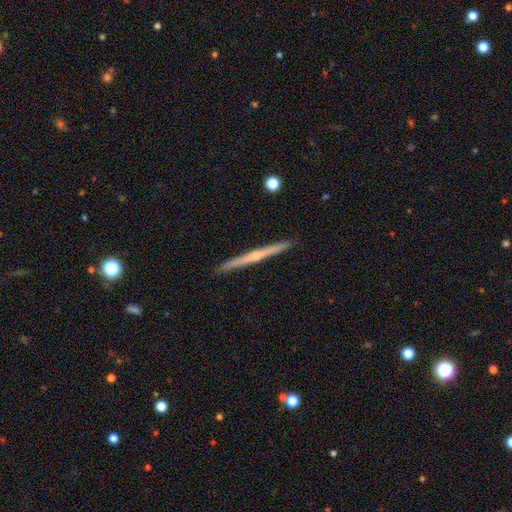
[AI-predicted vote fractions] Smooth or featured? featured or disk (65%)
Edge-on disk? yes (98%)
Edge-on bulge? rounded (54%)
Merging? none (92%)